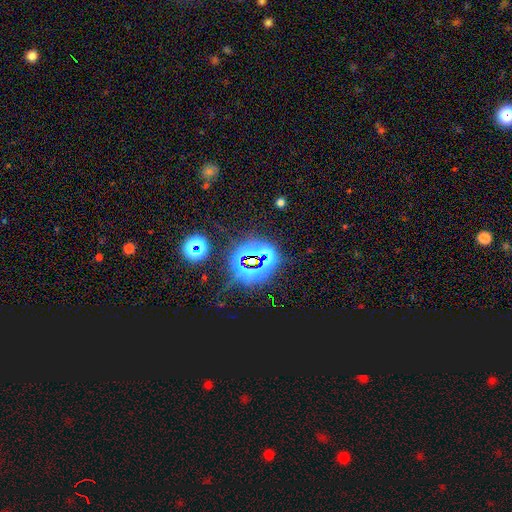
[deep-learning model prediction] smooth-or-featured: star or artifact: 80% | smooth: 12% | featured or disk: 8%